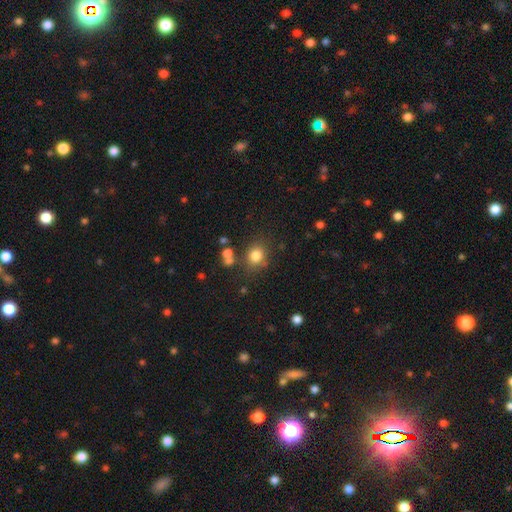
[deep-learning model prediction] A smooth galaxy with no disk features (79%) that is round (71%).

Vote fractions:
- Smooth or featured? smooth: 79% / star or artifact: 13% / featured or disk: 7%
- How rounded? round: 71% / in between: 28% / cigar-shaped: 1%
- Merging? none: 75% / minor disturbance: 12% / merger: 8% / major disturbance: 5%